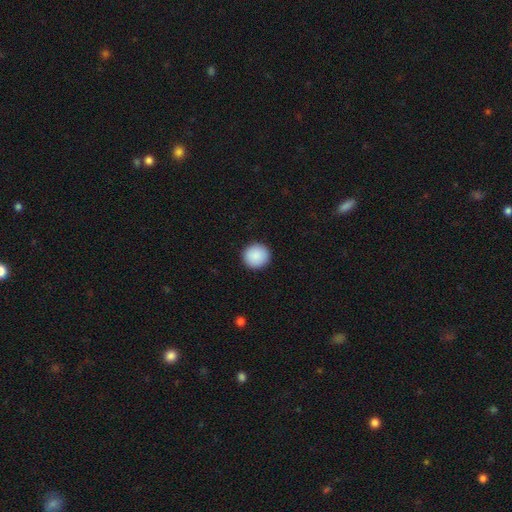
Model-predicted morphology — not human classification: smooth-or-featured: smooth: 90% | star or artifact: 7% | featured or disk: 3%
  how-rounded: round: 94% | in between: 5% | cigar-shaped: 1%
  merging: none: 93% | minor disturbance: 5% | major disturbance: 2% | merger: 1%